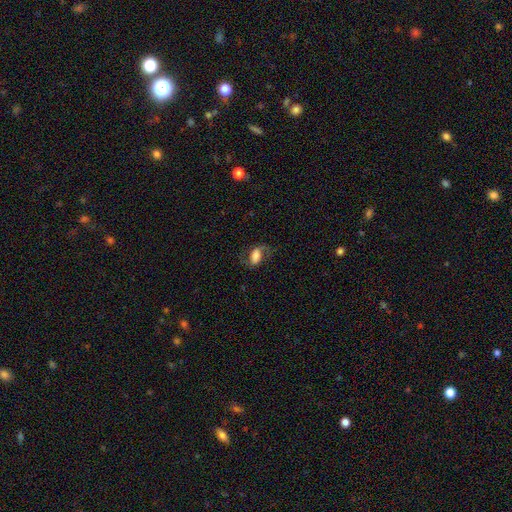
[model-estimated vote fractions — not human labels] Smooth or featured: featured or disk — 46% (smooth — 44%)
Merging: none — 61% (minor disturbance — 19%)